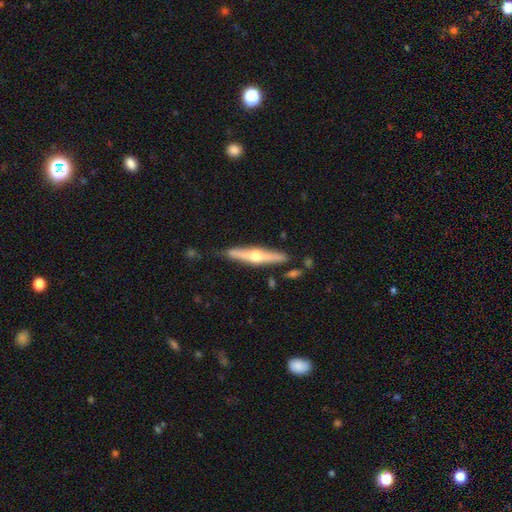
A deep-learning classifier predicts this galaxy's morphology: Q: Smooth or featured?
A: featured or disk (71%); runner-up: smooth (24%)
Q: Edge-on disk?
A: yes (97%); runner-up: no (3%)
Q: Edge-on bulge?
A: rounded (95%); runner-up: none (3%)
Q: Merging?
A: none (83%); runner-up: minor disturbance (12%)